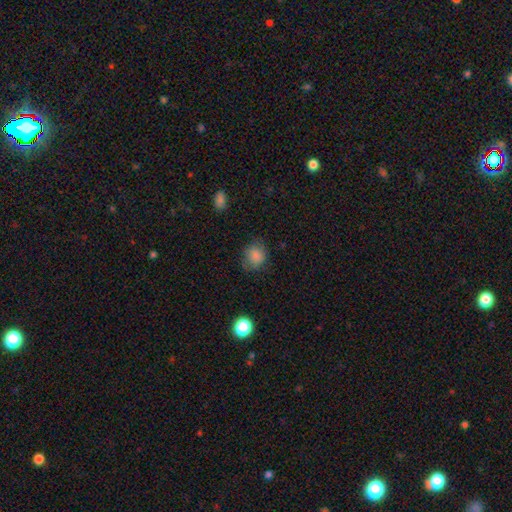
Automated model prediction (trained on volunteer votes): smooth 84%, star or artifact 10%, featured or disk 6%. Down the decision tree: how rounded — round (66%); merging — none (72%).